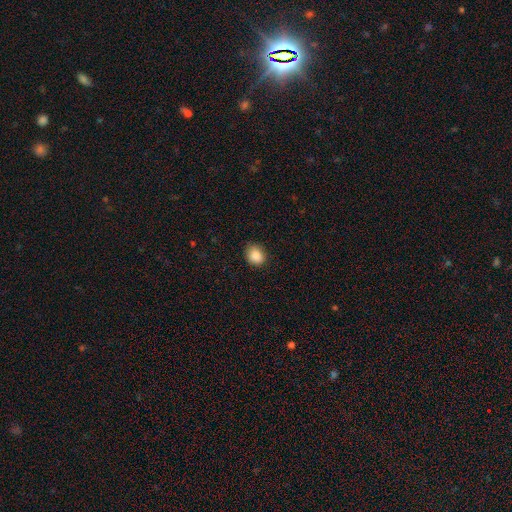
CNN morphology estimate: type=smooth (87%); roundness=round (60%); merging=none (81%).